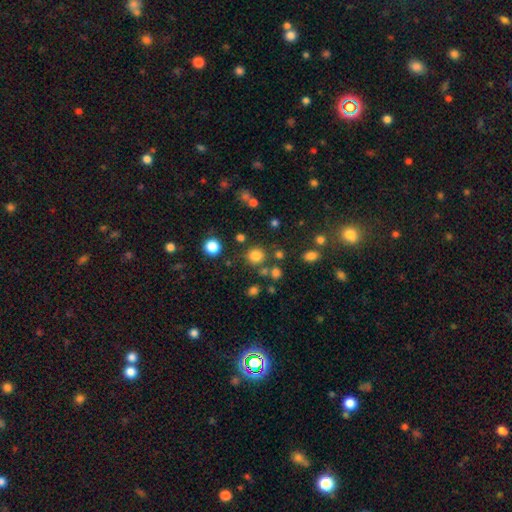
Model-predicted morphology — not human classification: Smooth or featured? Predicted: smooth (p=0.79). How rounded? Predicted: round (p=0.91). Merging? Predicted: none (p=0.79).